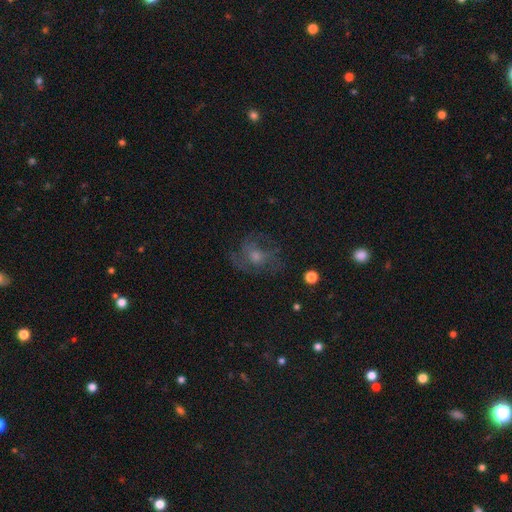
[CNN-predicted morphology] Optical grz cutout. It shows a featured or disk galaxy (54%) with no bar (79%), spiral arms (58%) and a moderate central bulge (47%). Merging: none (55%).